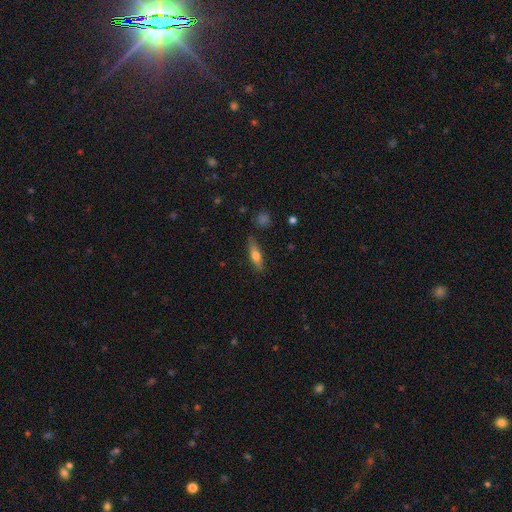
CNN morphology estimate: Overall: smooth (61%; featured or disk 32%). How rounded: cigar-shaped (60%; in between 37%). Merging: none (84%).